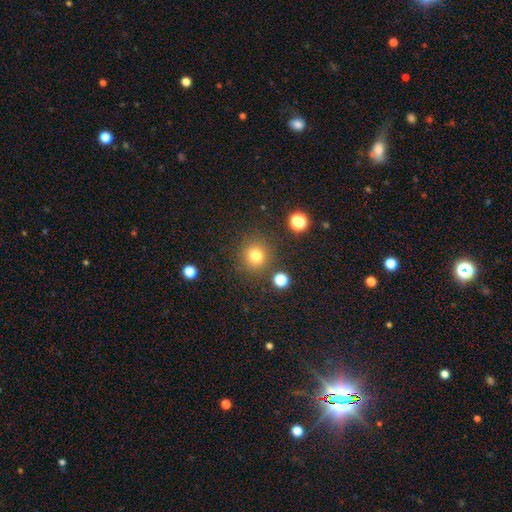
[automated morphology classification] Smooth or featured? Predicted: smooth (p=0.78). How rounded? Predicted: round (p=0.92). Merging? Predicted: none (p=0.85).